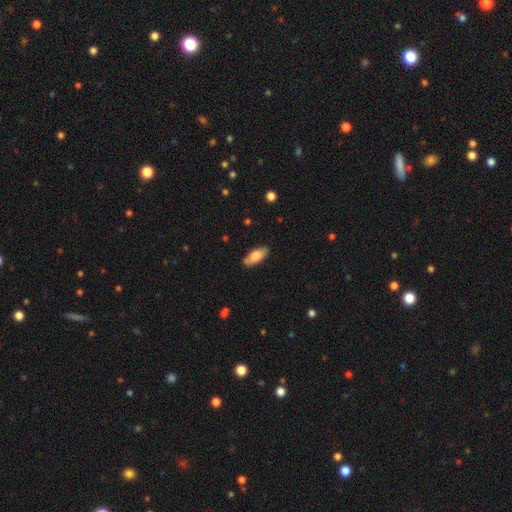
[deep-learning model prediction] smooth 74%, featured or disk 20%, star or artifact 6%. Down the decision tree: how rounded — in between (81%); merging — none (78%).